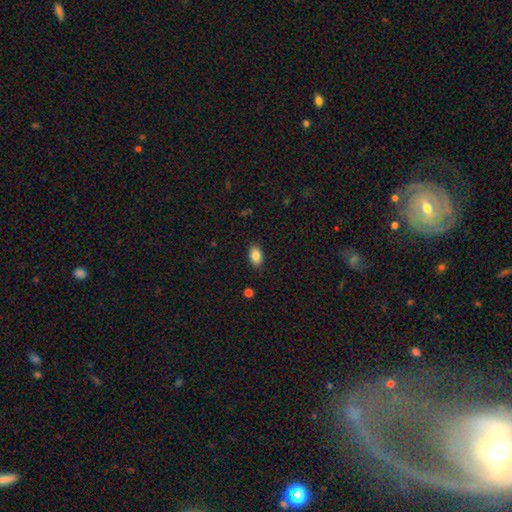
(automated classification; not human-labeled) A smooth galaxy with no disk features (86%) that is in between round and cigar-shaped (89%).

Vote fractions:
- Smooth or featured? smooth: 86% / star or artifact: 8% / featured or disk: 6%
- How rounded? in between: 89% / round: 9% / cigar-shaped: 2%
- Merging? none: 87% / minor disturbance: 9% / major disturbance: 2% / merger: 1%